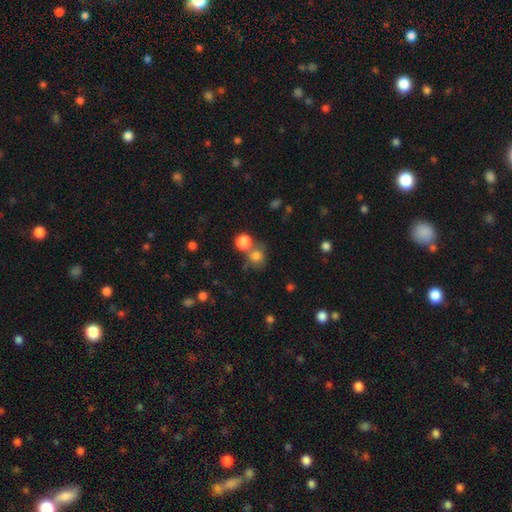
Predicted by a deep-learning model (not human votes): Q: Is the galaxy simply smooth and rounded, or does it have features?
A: smooth — 77%.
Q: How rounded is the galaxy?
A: round — 78%.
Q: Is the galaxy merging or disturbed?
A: none — 52%.